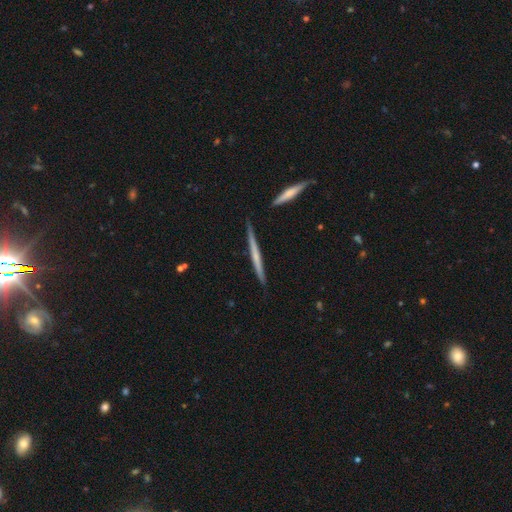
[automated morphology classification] Smooth or featured?
  - featured or disk: 55% *
  - smooth: 40%
  - star or artifact: 5%
Edge-on disk?
  - yes: 97% *
  - no: 3%
Edge-on bulge?
  - none: 74% *
  - rounded: 21%
  - boxy: 6%
Merging?
  - none: 87% *
  - minor disturbance: 10%
  - merger: 2%
  - major disturbance: 2%